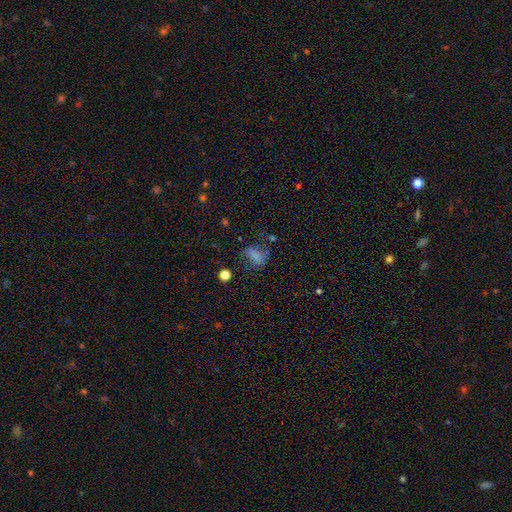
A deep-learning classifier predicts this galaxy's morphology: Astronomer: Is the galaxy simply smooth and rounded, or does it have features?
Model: smooth — 61%.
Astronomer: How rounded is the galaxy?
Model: in between — 75%.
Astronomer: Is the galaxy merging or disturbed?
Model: none — 43% (runner-up: major disturbance, 25%).